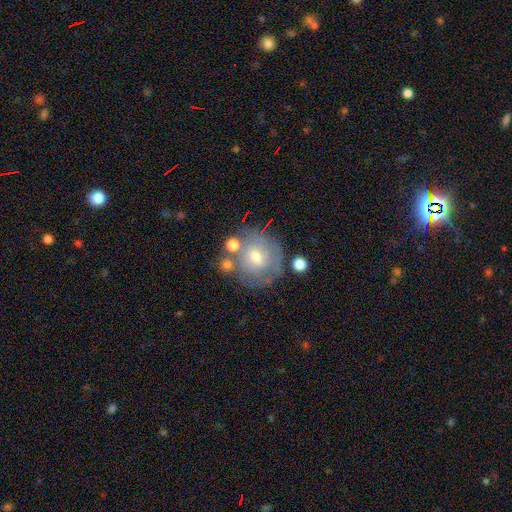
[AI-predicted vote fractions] featured or disk 45%, smooth 44%, star or artifact 11%. Down the decision tree: merging — none (65%).